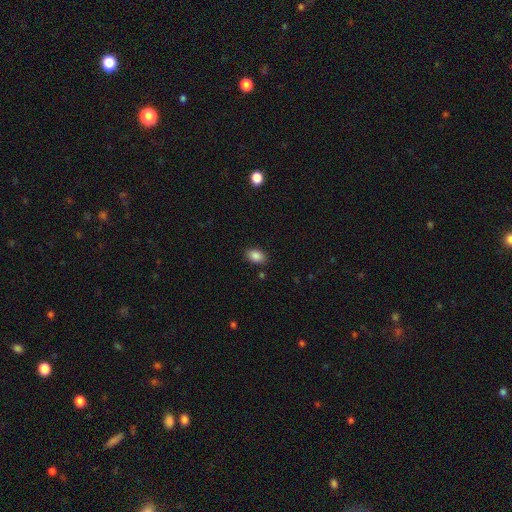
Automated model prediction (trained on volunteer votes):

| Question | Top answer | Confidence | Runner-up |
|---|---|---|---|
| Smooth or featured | smooth | 87% | star or artifact (9%) |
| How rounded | in between | 85% | round (14%) |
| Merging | none | 86% | minor disturbance (10%) |